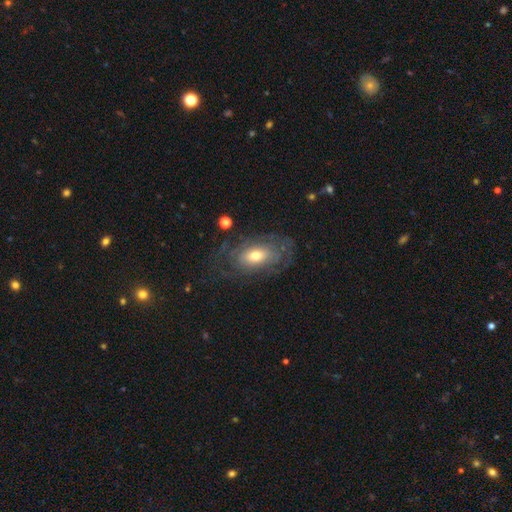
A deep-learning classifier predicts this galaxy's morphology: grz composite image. It shows a featured or disk galaxy (62%) with no bar (78%), spiral arms (69%) and a moderate central bulge (61%). Merging: none (66%).